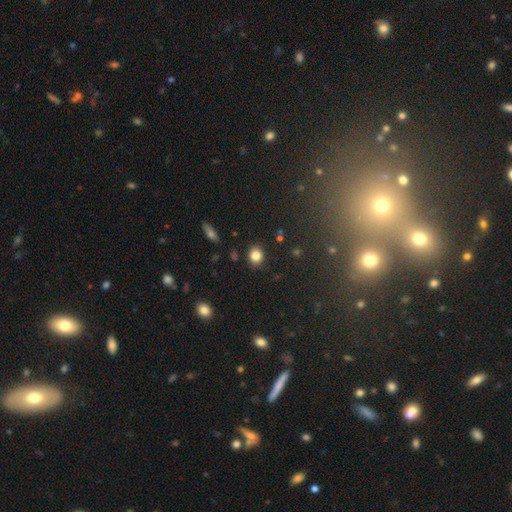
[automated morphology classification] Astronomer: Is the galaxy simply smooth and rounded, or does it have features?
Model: smooth — 83%.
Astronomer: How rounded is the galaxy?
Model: round — 75%.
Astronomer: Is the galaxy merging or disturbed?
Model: none — 88%.